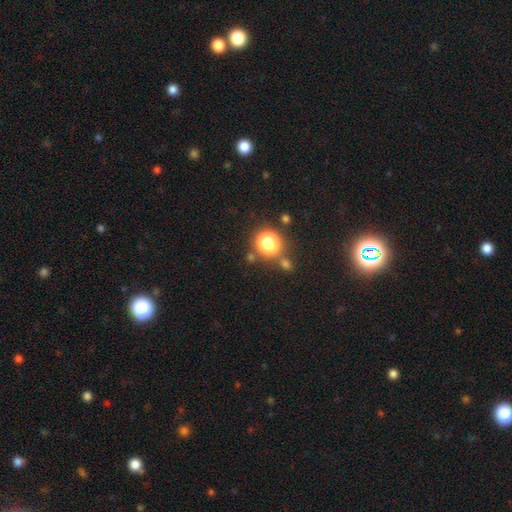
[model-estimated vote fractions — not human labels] smooth-or-featured: star or artifact: 48% | smooth: 45% | featured or disk: 6%